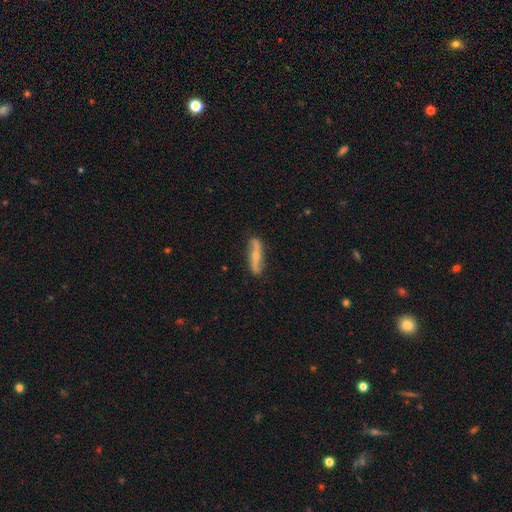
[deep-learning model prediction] featured or disk 72%, smooth 23%, star or artifact 5%. Down the decision tree: edge-on disk — no (67%); merging — none (82%).